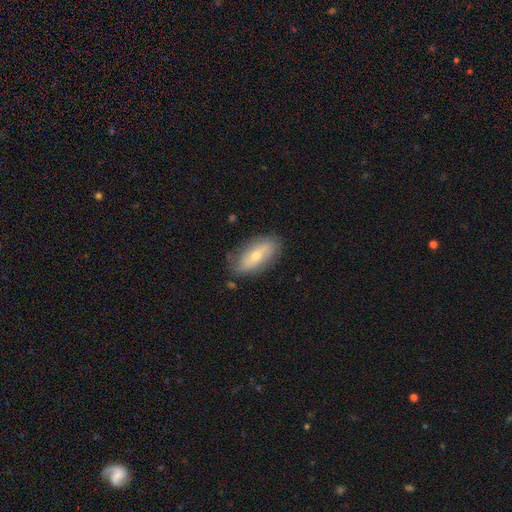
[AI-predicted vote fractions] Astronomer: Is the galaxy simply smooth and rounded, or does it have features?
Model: smooth — 53% (runner-up: featured or disk, 40%).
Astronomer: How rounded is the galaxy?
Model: in between — 84%.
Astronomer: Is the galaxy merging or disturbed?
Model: none — 76%.